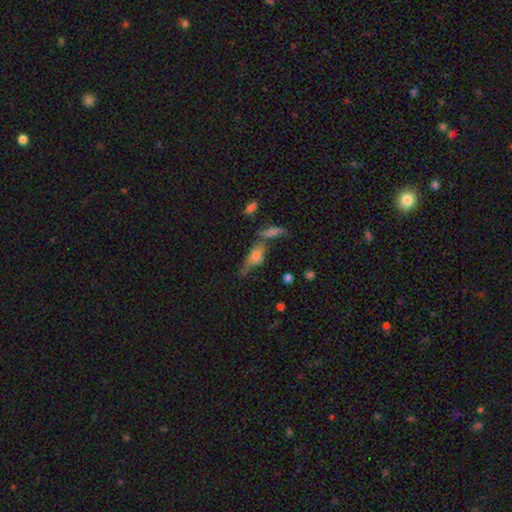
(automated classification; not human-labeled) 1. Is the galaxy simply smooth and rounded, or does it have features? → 47% smooth, 39% featured or disk, 13% star or artifact.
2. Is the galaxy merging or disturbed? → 41% none, 22% merger, 22% minor disturbance, 15% major disturbance.